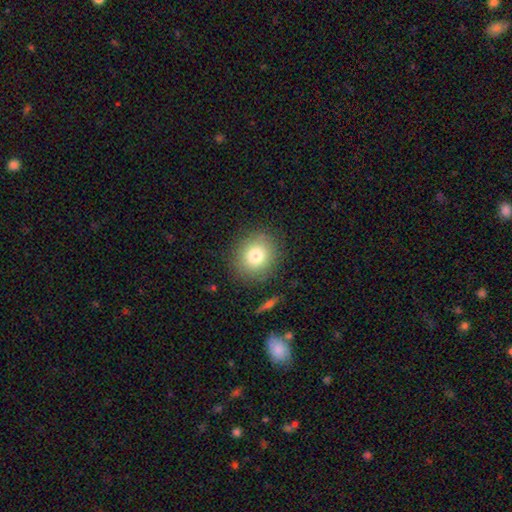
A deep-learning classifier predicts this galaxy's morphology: This appears to be a smooth galaxy with no disk features (77%) that is round (82%). Merging: none (86%).